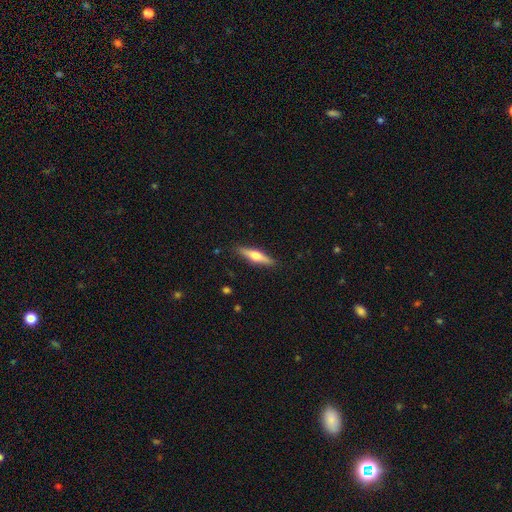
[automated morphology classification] Q: Smooth or featured?
A: featured or disk (54%); runner-up: smooth (40%)
Q: Edge-on disk?
A: yes (95%); runner-up: no (5%)
Q: Edge-on bulge?
A: rounded (93%); runner-up: boxy (4%)
Q: Merging?
A: none (89%); runner-up: minor disturbance (8%)